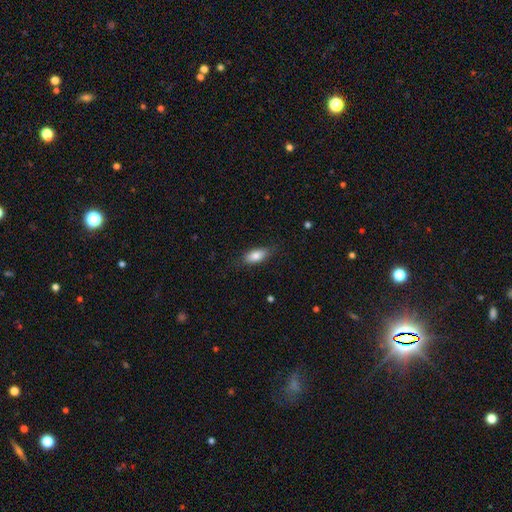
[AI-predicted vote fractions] smooth 82%, featured or disk 12%, star or artifact 7%. Down the decision tree: how rounded — in between (83%); merging — none (80%).